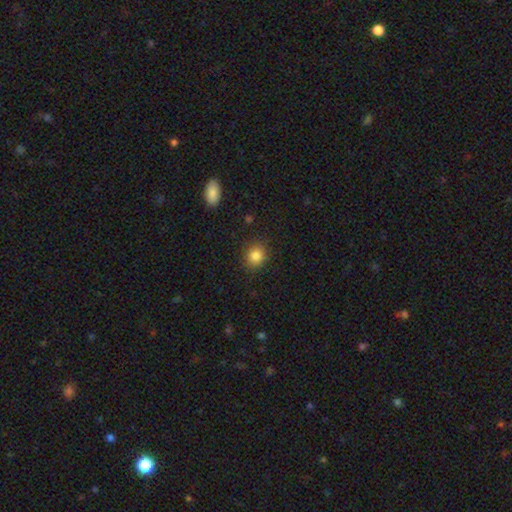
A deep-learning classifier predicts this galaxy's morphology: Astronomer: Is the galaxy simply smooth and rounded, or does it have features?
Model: smooth — 84%.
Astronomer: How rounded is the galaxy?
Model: round — 76%.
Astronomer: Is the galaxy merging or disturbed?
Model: none — 87%.